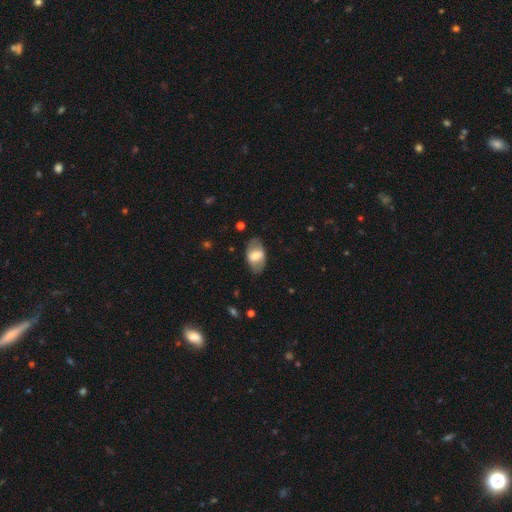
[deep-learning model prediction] This appears to be a smooth galaxy with no disk features (56%) that is in between round and cigar-shaped (91%). Merging: none (78%).